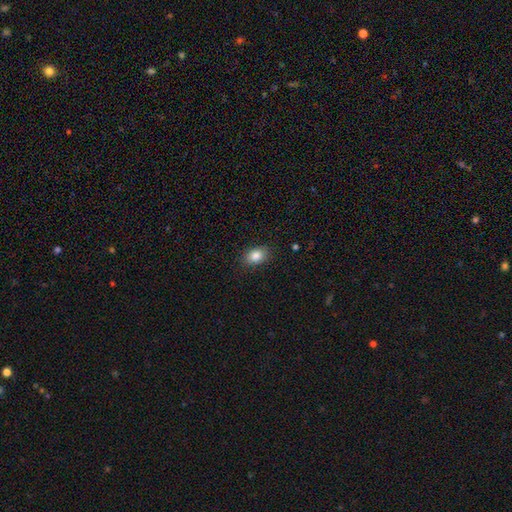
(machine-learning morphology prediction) Smooth or featured? Predicted: smooth (p=0.85). How rounded? Predicted: in between (p=0.80). Merging? Predicted: none (p=0.86).